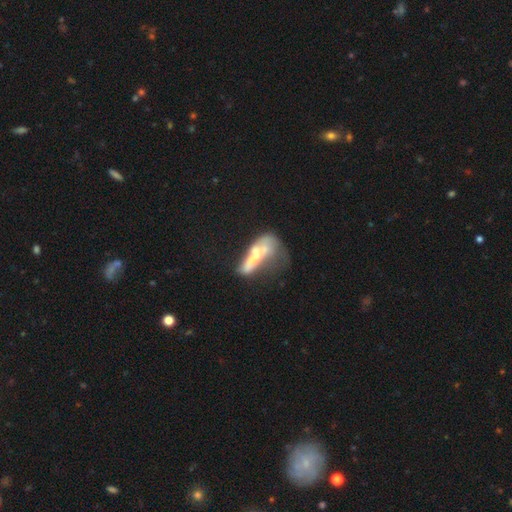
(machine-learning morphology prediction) This is marginally a featured or disk galaxy (45%). Merging: marginally merger (36%).